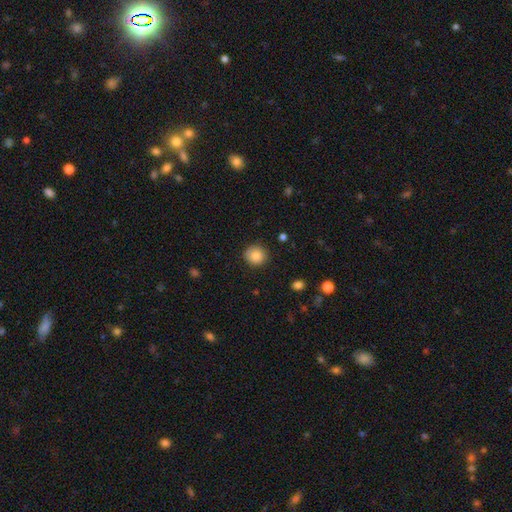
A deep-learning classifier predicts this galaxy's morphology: smooth_or_featured: smooth (p=0.84) [alt: star or artifact p=0.09]
how_rounded: round (p=0.91) [alt: in between p=0.08]
merging: none (p=0.88) [alt: minor disturbance p=0.09]